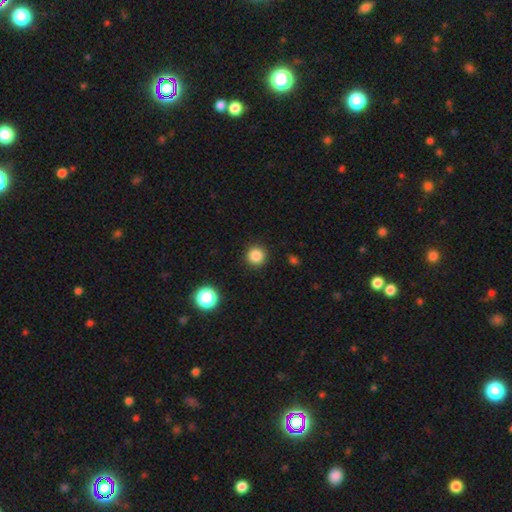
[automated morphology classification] smooth_or_featured: smooth (p=0.84) [alt: star or artifact p=0.12]
how_rounded: round (p=0.95) [alt: in between p=0.04]
merging: none (p=0.91) [alt: minor disturbance p=0.05]